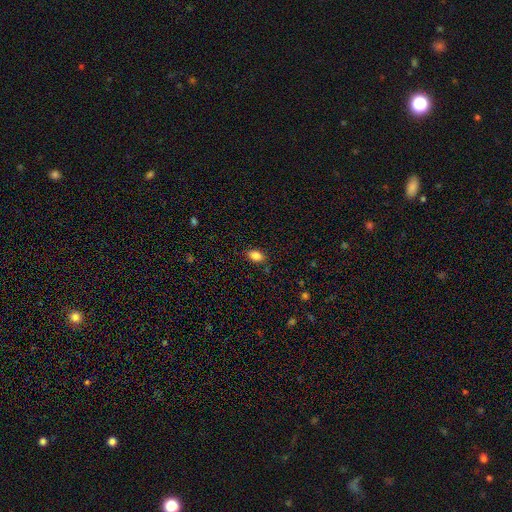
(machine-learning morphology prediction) smooth 86%, star or artifact 9%, featured or disk 5%. Down the decision tree: how rounded — in between (88%); merging — none (84%).